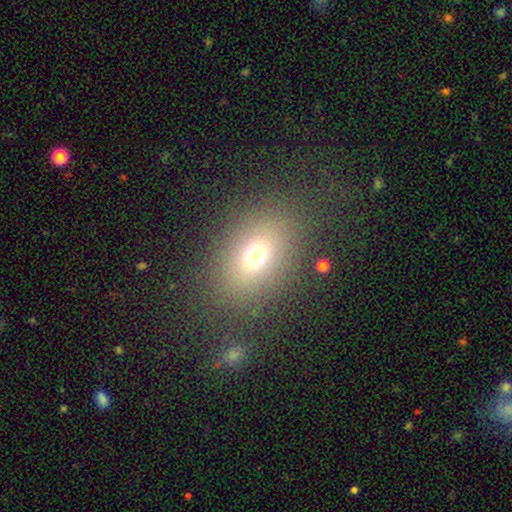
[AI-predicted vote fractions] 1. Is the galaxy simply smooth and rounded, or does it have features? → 71% smooth, 16% star or artifact, 14% featured or disk.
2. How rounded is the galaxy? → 73% in between, 25% round, 2% cigar-shaped.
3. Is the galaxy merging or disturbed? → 80% none, 11% minor disturbance, 7% major disturbance, 2% merger.